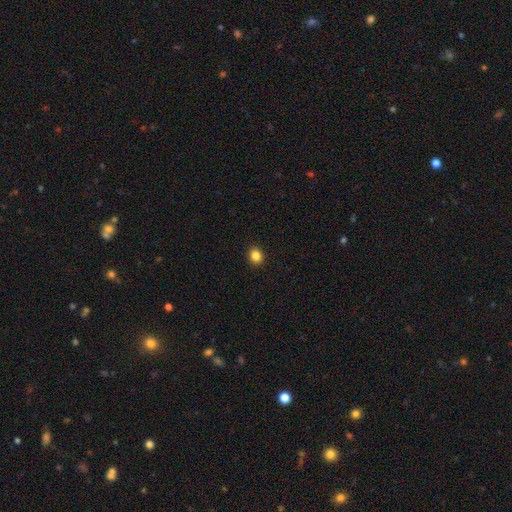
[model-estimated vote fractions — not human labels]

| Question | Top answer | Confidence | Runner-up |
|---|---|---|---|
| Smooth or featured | smooth | 85% | star or artifact (11%) |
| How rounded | round | 63% | in between (36%) |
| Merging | none | 92% | minor disturbance (6%) |